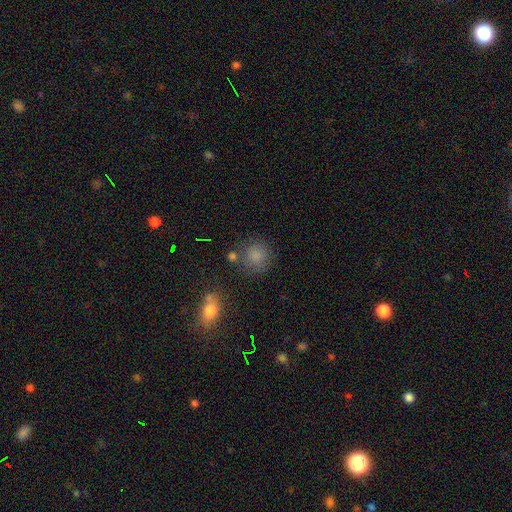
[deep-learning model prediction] A smooth galaxy with no disk features (80%) that is round (88%). Merging: none (72%).